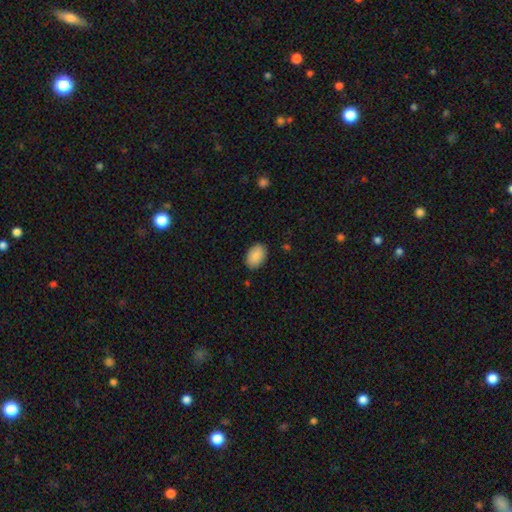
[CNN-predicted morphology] type=smooth (88%); roundness=in between (86%); merging=none (87%).